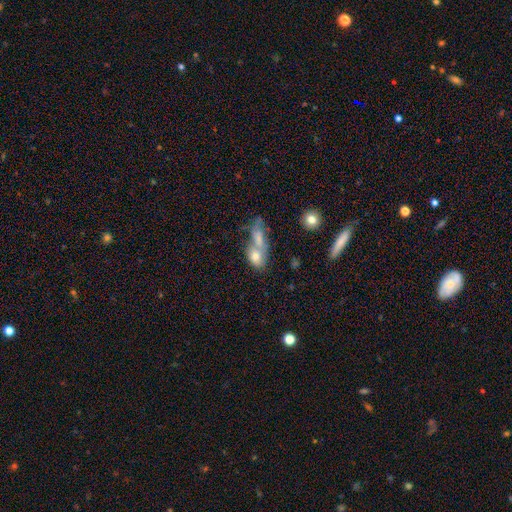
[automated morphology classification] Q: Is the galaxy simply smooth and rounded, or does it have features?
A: smooth — 67%.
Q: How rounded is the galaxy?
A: in between — 71%.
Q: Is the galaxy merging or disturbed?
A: merger — 57%.